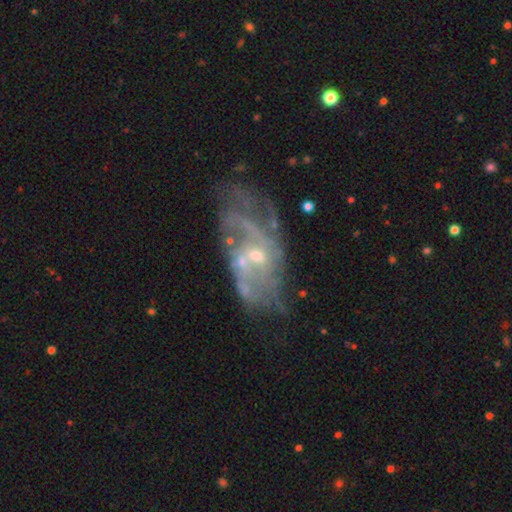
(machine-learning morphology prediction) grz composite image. It shows a featured or disk galaxy (78%) with no bar (53%), medium (39%) spiral arms (78%) and a small central bulge (66%). Merging: none (53%).